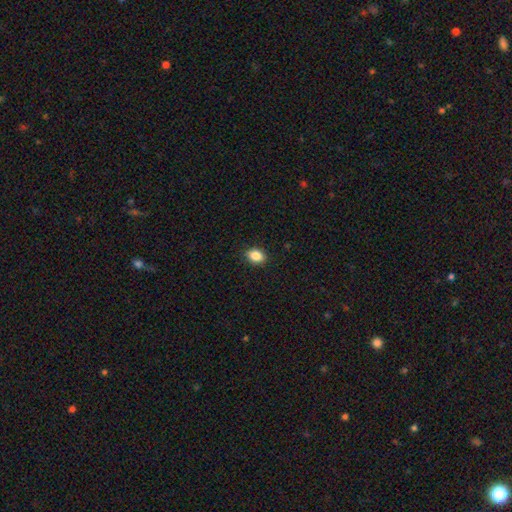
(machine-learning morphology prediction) smooth 87%, star or artifact 9%, featured or disk 5%. Down the decision tree: how rounded — in between (77%); merging — none (89%).